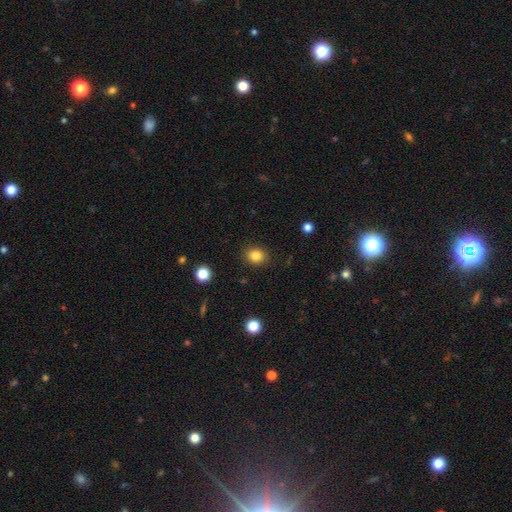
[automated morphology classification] This is clearly a smooth galaxy (84%). How rounded: likely round (65%). Merging: clearly none (89%).